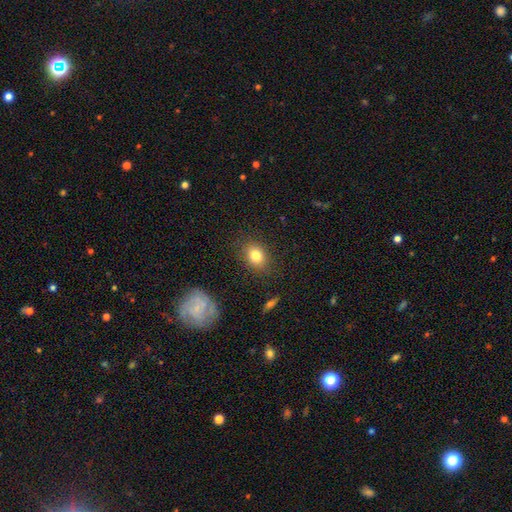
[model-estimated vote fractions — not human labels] Overall: smooth (81%). How rounded: in between (57%; round 42%). Merging: none (84%).